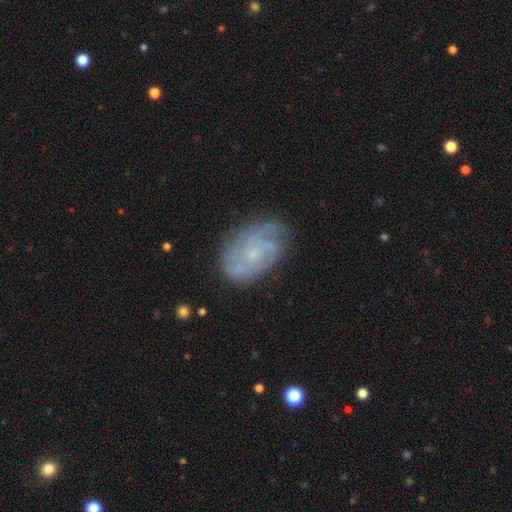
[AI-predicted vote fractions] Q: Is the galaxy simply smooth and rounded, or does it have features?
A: featured or disk — 75%.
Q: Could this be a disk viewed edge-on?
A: no — 97%.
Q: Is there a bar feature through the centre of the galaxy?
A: no — 71%.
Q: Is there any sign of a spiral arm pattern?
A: yes — 89%.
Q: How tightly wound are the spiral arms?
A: tight — 45%.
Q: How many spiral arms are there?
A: can't tell — 35%.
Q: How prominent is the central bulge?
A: small — 57%.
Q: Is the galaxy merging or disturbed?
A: none — 69%.